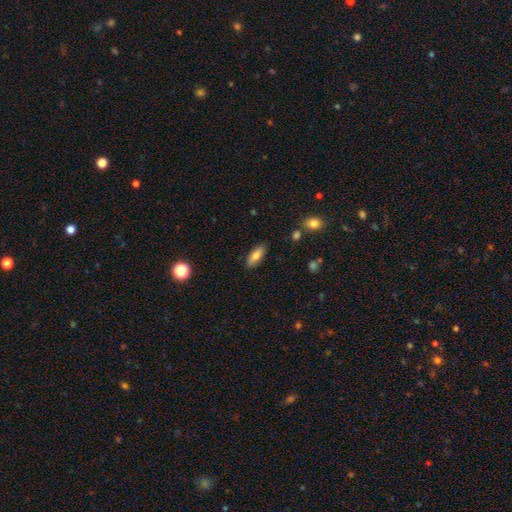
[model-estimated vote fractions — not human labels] Smooth or featured? Predicted: smooth (p=0.77). How rounded? Predicted: in between (p=0.74). Merging? Predicted: none (p=0.86).